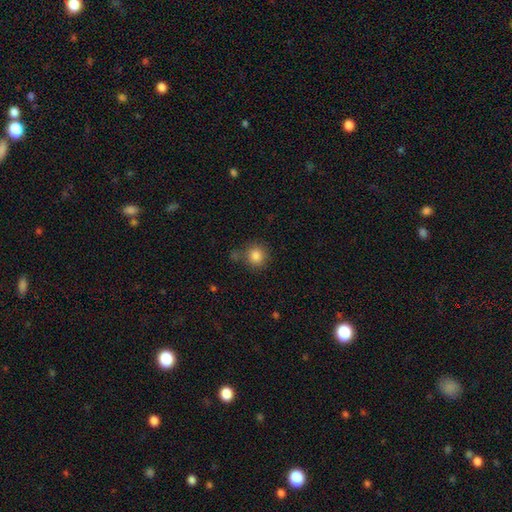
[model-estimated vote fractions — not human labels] Q: Smooth or featured?
A: smooth (85%); runner-up: star or artifact (10%)
Q: How rounded?
A: round (90%); runner-up: in between (9%)
Q: Merging?
A: none (74%); runner-up: minor disturbance (13%)